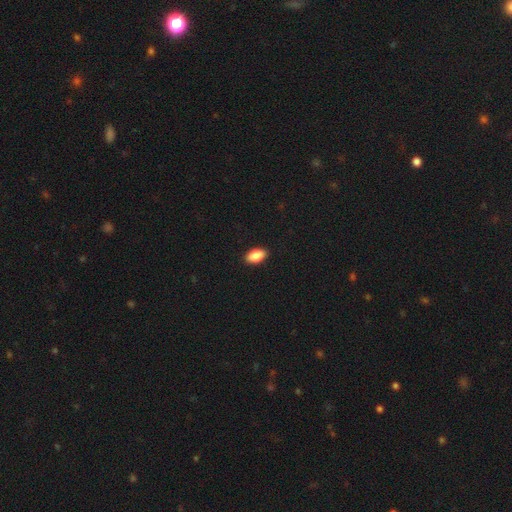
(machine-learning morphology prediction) Overall: smooth (87%). How rounded: in between (93%). Merging: none (91%).